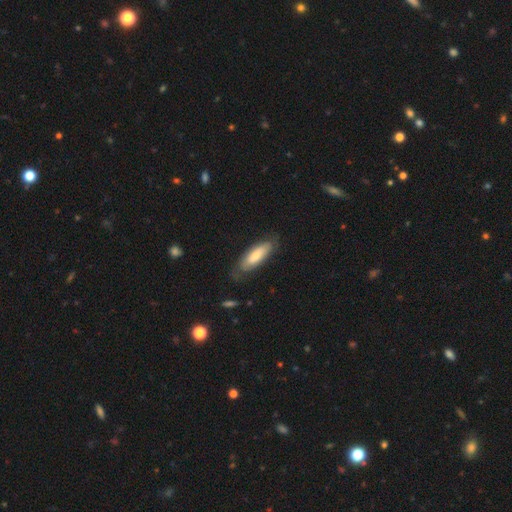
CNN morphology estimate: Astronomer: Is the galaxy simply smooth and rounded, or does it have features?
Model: smooth — 66%.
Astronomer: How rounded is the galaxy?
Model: in between — 59% (runner-up: cigar-shaped, 40%).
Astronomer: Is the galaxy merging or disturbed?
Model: none — 70%.